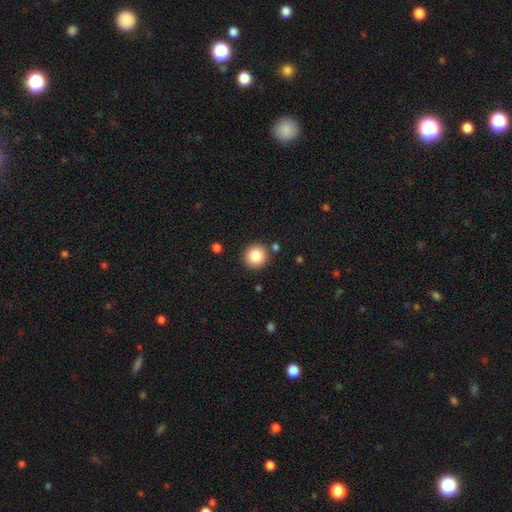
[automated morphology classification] type=smooth (84%); roundness=round (93%); merging=none (88%).